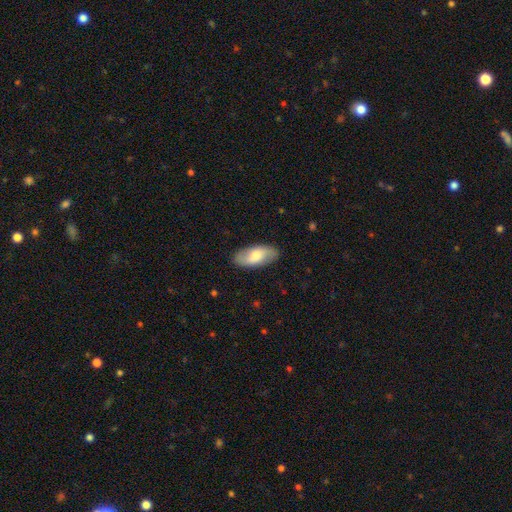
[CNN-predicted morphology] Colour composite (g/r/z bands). It shows a smooth galaxy with no disk features (60%) that is in between round and cigar-shaped (91%). Merging: none (86%).